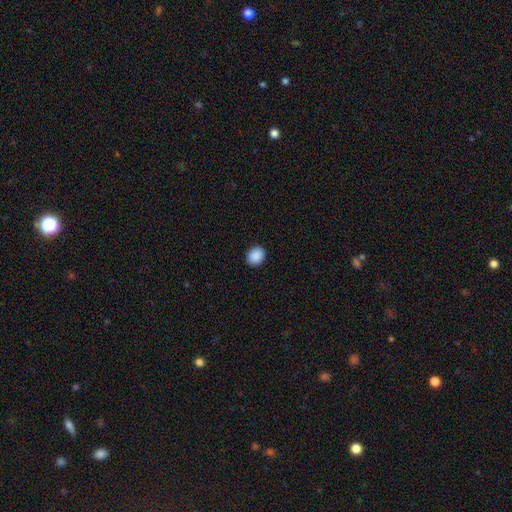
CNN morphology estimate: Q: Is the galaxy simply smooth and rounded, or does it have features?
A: smooth — 90%.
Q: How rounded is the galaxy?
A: round — 55%.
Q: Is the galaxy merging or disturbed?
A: none — 91%.